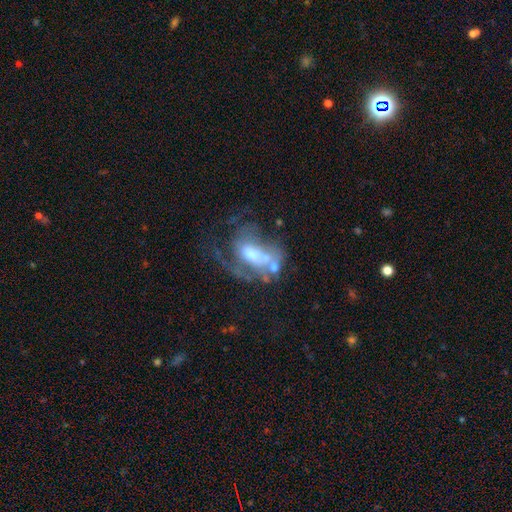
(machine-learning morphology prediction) Smooth or featured: featured or disk — 61% (smooth — 28%)
Edge-on disk: no — 94% (yes — 6%)
Bar: no — 61% (weak — 27%)
Spiral arms: no — 59% (yes — 41%)
Bulge size: moderate — 49% (small — 20%)
Merging: major disturbance — 43% (none — 21%)